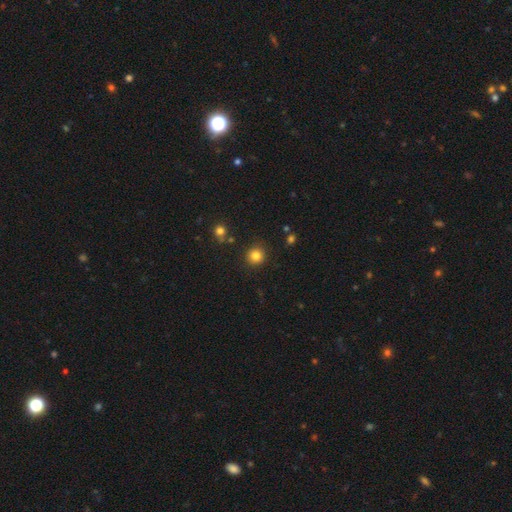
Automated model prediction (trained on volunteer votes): smooth 83%, star or artifact 13%, featured or disk 5%. Down the decision tree: how rounded — round (93%); merging — none (89%).